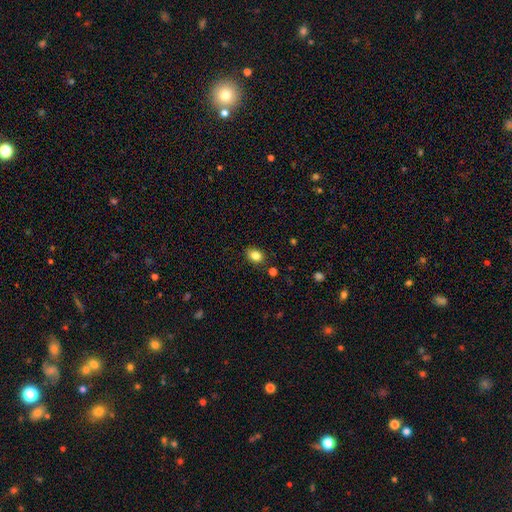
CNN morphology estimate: The model was most divided on "how rounded": in between: 67%, round: 32%, cigar-shaped: 1%. More confident: smooth or featured — smooth (83%); merging — none (82%).